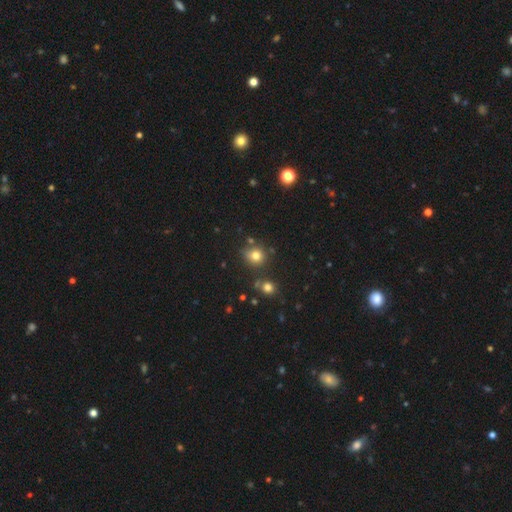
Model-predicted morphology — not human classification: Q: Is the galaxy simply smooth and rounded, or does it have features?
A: smooth — 77%.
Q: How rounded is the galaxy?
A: round — 85%.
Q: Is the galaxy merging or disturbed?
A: none — 74%.